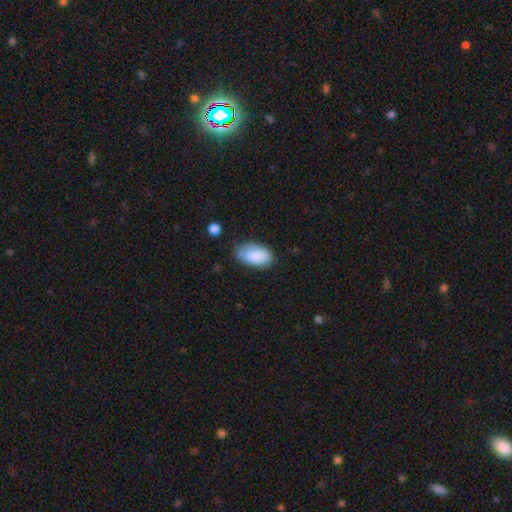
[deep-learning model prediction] Smooth or featured?
  - smooth: 85% *
  - featured or disk: 8%
  - star or artifact: 6%
How rounded?
  - in between: 95% *
  - round: 4%
  - cigar-shaped: 2%
Merging?
  - none: 68% *
  - minor disturbance: 24%
  - major disturbance: 6%
  - merger: 2%